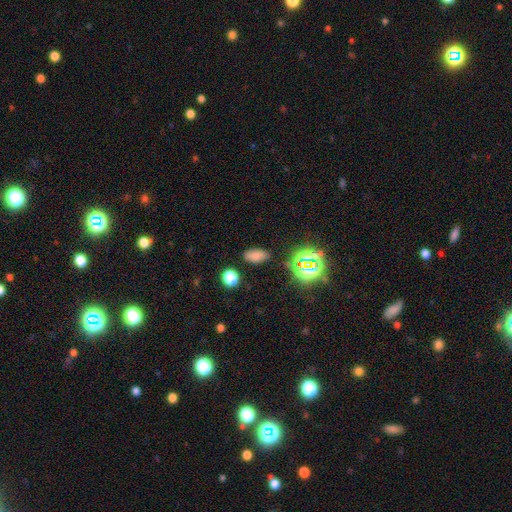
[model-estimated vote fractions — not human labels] smooth-or-featured: smooth: 74% | star or artifact: 20% | featured or disk: 6%
  how-rounded: in between: 88% | round: 6% | cigar-shaped: 5%
  merging: none: 86% | minor disturbance: 9% | major disturbance: 3% | merger: 2%